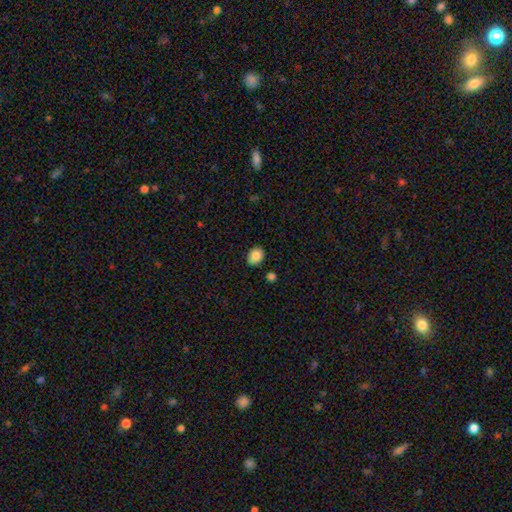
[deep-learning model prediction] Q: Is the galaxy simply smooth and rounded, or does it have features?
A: smooth — 85%.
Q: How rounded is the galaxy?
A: in between — 56%.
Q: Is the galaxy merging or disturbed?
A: none — 84%.